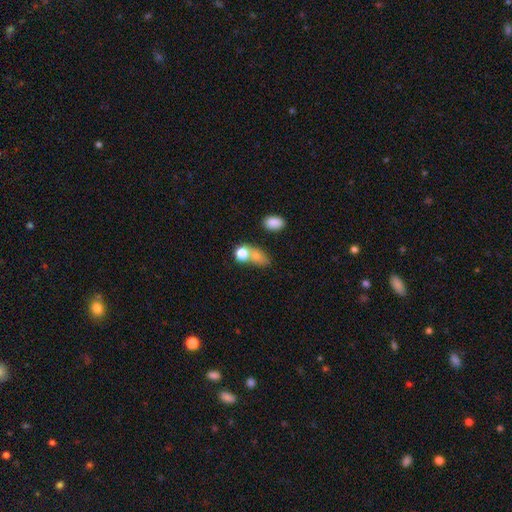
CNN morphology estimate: A smooth galaxy with no disk features (77%) that is in between round and cigar-shaped (52%). Merging: merger (44%).